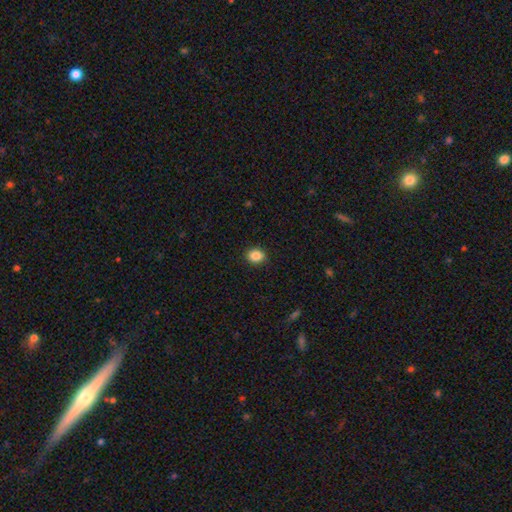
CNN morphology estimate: smooth_or_featured: smooth (p=0.87) [alt: star or artifact p=0.09]
how_rounded: round (p=0.56) [alt: in between p=0.43]
merging: none (p=0.91) [alt: minor disturbance p=0.07]